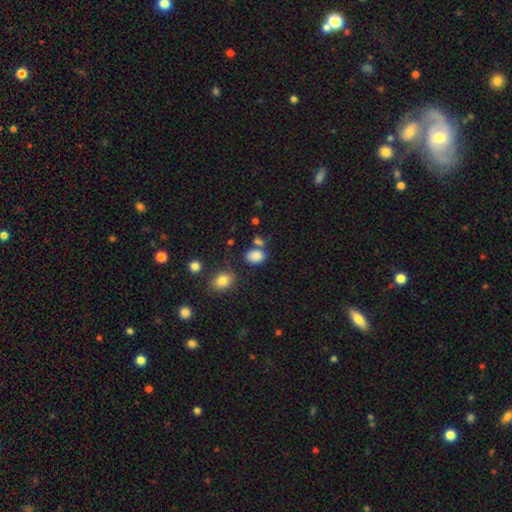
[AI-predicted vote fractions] smooth_or_featured: smooth (p=0.84) [alt: star or artifact p=0.11]
how_rounded: in between (p=0.67) [alt: round p=0.31]
merging: none (p=0.62) [alt: merger p=0.17]